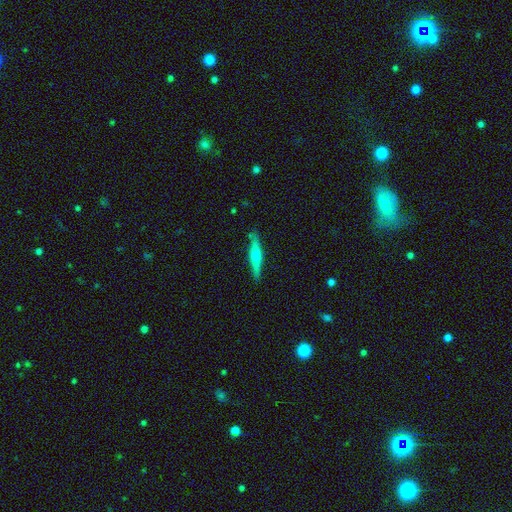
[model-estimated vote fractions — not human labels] A smooth galaxy with no disk features (51%) that is cigar-shaped (91%).

Vote fractions:
- Smooth or featured? smooth: 51% / featured or disk: 43% / star or artifact: 6%
- How rounded? cigar-shaped: 91% / in between: 7% / round: 2%
- Merging? none: 86% / minor disturbance: 10% / major disturbance: 2% / merger: 2%